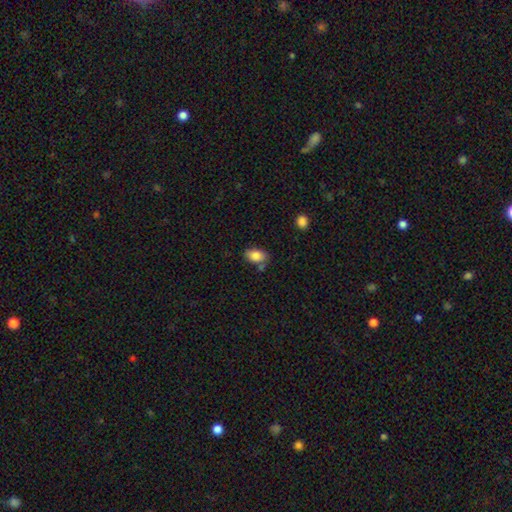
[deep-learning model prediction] A smooth galaxy with no disk features (84%) that is in between round and cigar-shaped (88%). Merging: none (68%).